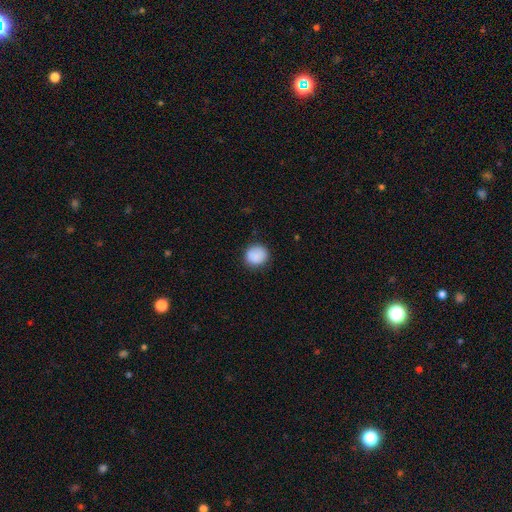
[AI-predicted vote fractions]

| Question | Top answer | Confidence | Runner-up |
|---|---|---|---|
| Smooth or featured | smooth | 87% | star or artifact (8%) |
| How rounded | round | 85% | in between (14%) |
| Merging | none | 84% | minor disturbance (11%) |